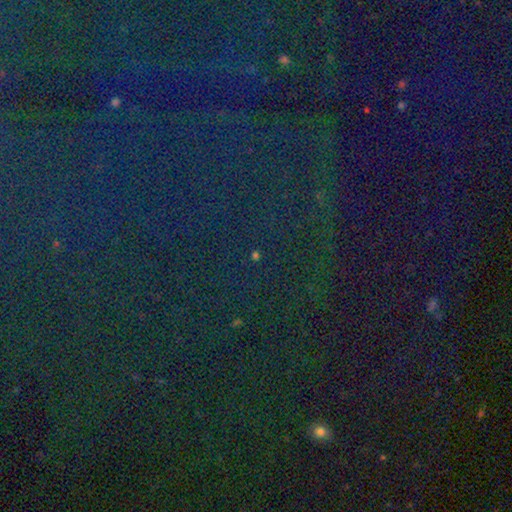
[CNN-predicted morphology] This is likely a star or artifact rather than a galaxy (73%).